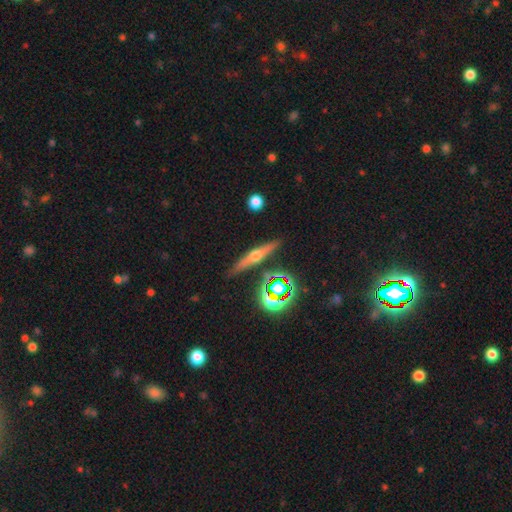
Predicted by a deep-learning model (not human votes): Morphology: type=featured or disk (59%); edge-on=yes (94%); edge-on bulge=rounded (91%); merging=none (86%).